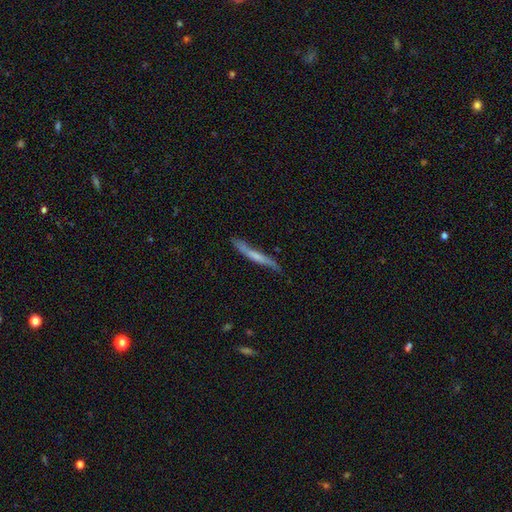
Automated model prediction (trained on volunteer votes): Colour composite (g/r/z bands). It shows a smooth galaxy with no disk features (50%). Merging: none (73%).